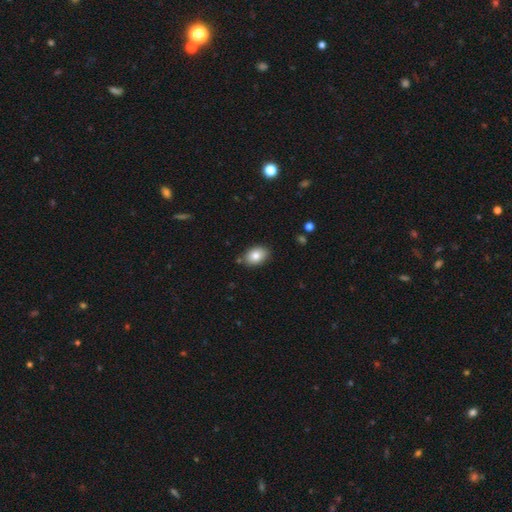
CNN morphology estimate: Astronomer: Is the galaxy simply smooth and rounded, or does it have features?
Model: smooth — 82%.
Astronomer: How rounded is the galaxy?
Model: in between — 80%.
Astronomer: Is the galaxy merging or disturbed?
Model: none — 83%.